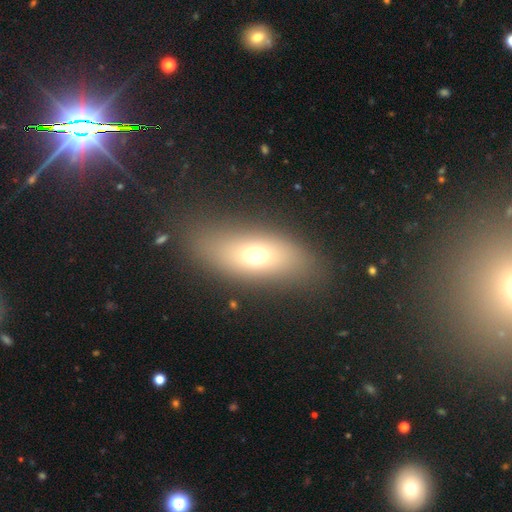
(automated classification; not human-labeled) A smooth galaxy with no disk features (64%) that is in between round and cigar-shaped (72%). Merging: none (81%).